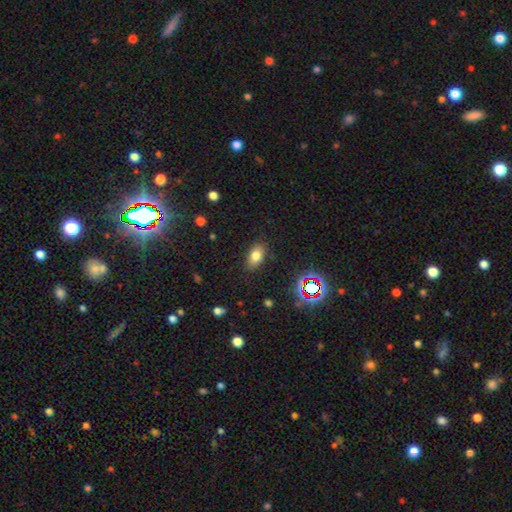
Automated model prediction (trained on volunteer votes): smooth-or-featured: smooth: 73% | star or artifact: 15% | featured or disk: 11%
  how-rounded: in between: 85% | round: 11% | cigar-shaped: 4%
  merging: none: 83% | minor disturbance: 12% | major disturbance: 3% | merger: 1%